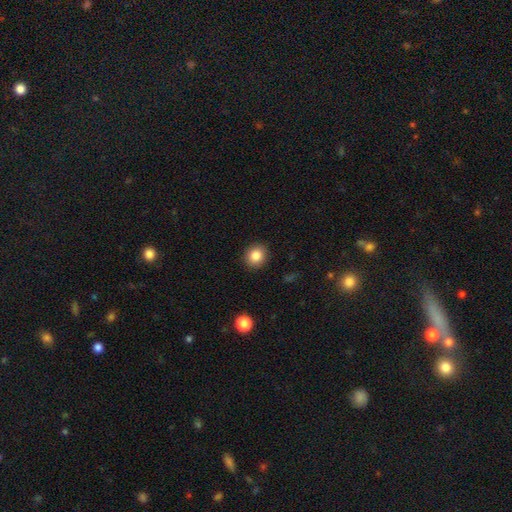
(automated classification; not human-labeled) A smooth galaxy with no disk features (84%) that is round (81%).

Vote fractions:
- Smooth or featured? smooth: 84% / star or artifact: 10% / featured or disk: 6%
- How rounded? round: 81% / in between: 18% / cigar-shaped: 1%
- Merging? none: 90% / minor disturbance: 7% / major disturbance: 2% / merger: 1%